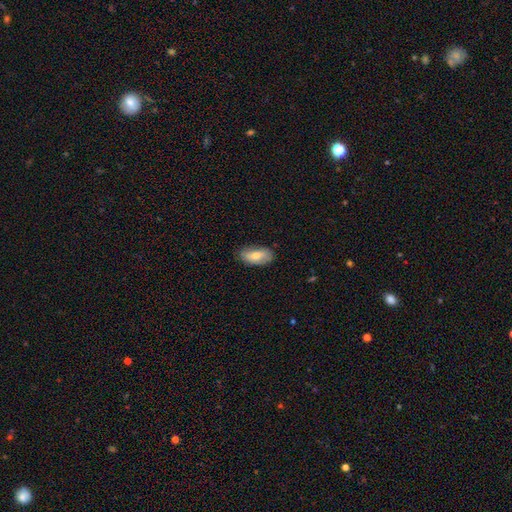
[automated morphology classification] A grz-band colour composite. It shows a smooth galaxy with no disk features (68%) that is in between round and cigar-shaped (91%). Merging: none (79%).